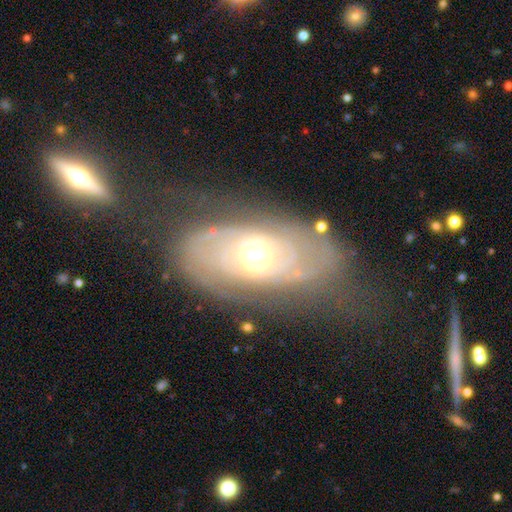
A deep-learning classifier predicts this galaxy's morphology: Smooth or featured? Predicted: featured or disk (p=0.81). Edge-on disk? Predicted: no (p=0.93). Bar? Predicted: no (p=0.61). Spiral arms? Predicted: yes (p=0.86). Spiral winding? Predicted: tight (p=0.60). Spiral arm count? Predicted: 2 (p=0.41). Bulge size? Predicted: moderate (p=0.69). Merging? Predicted: none (p=0.67).